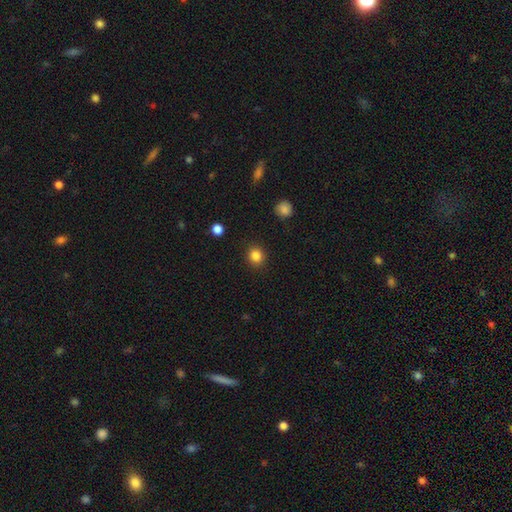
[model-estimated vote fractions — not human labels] This is clearly a smooth galaxy (85%). How rounded: clearly round (85%). Merging: clearly none (90%).